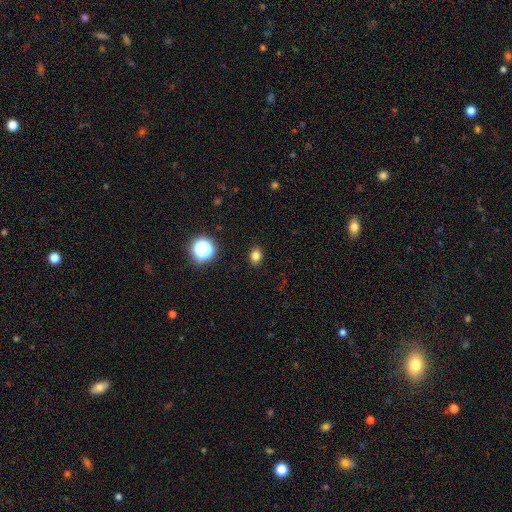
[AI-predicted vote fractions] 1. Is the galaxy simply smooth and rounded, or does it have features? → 79% smooth, 15% star or artifact, 6% featured or disk.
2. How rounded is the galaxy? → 54% in between, 44% round, 1% cigar-shaped.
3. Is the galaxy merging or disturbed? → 89% none, 8% minor disturbance, 2% major disturbance, 1% merger.